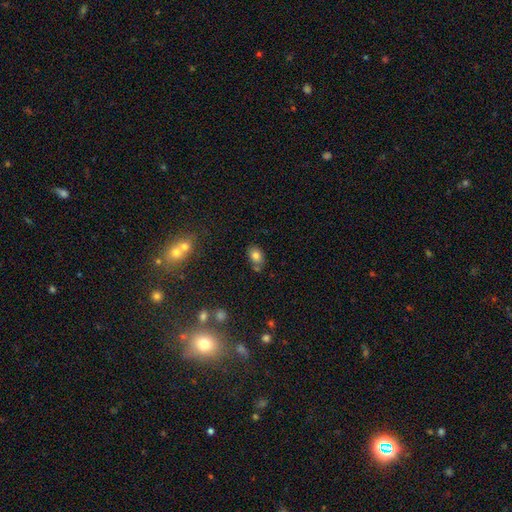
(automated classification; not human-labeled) Q: Smooth or featured?
A: smooth (79%); runner-up: star or artifact (11%)
Q: How rounded?
A: in between (76%); runner-up: round (23%)
Q: Merging?
A: none (68%); runner-up: minor disturbance (17%)